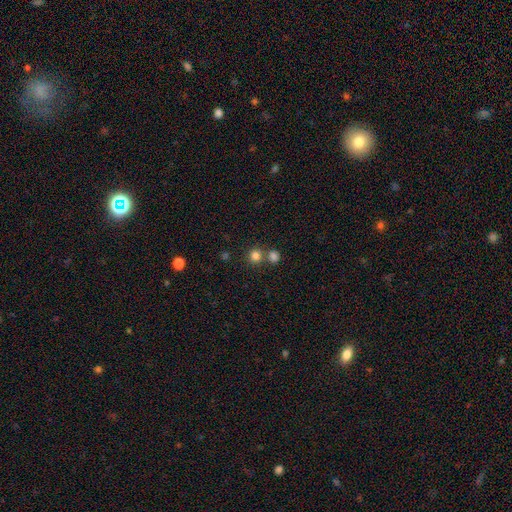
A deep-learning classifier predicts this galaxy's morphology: A smooth galaxy with no disk features (80%) that is round (90%).

Vote fractions:
- Smooth or featured? smooth: 80% / star or artifact: 14% / featured or disk: 6%
- How rounded? round: 90% / in between: 9% / cigar-shaped: 1%
- Merging? none: 65% / merger: 25% / minor disturbance: 7% / major disturbance: 3%